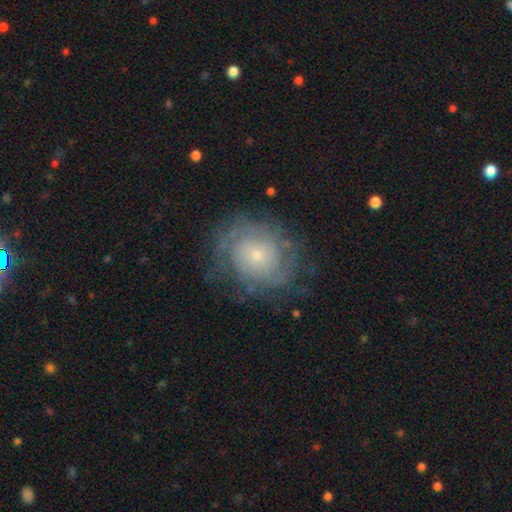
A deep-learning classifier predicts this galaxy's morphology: The model was most divided on "spiral arm count": can't tell: 52%, 2: 18%, 3: 11%, 4: 8%, more than 4: 6%, 1: 5%. More confident: edge-on disk — no (97%); spiral arms — yes (85%); bar — no (83%); merging — none (72%); bulge size — small (71%); smooth or featured — featured or disk (70%); spiral winding — tight (66%).